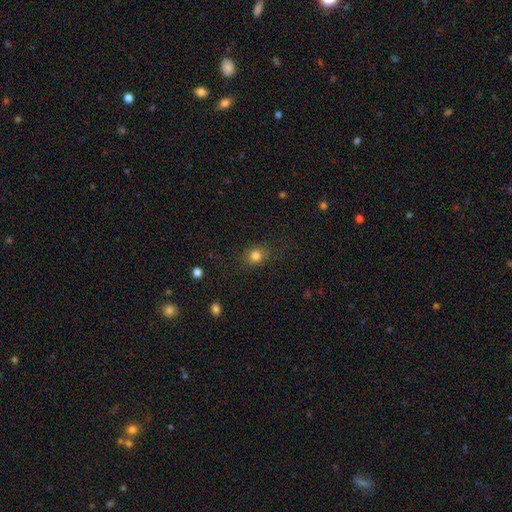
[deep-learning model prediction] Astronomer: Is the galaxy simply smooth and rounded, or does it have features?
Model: smooth — 81%.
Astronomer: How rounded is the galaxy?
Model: round — 68%.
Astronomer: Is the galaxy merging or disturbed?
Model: none — 83%.